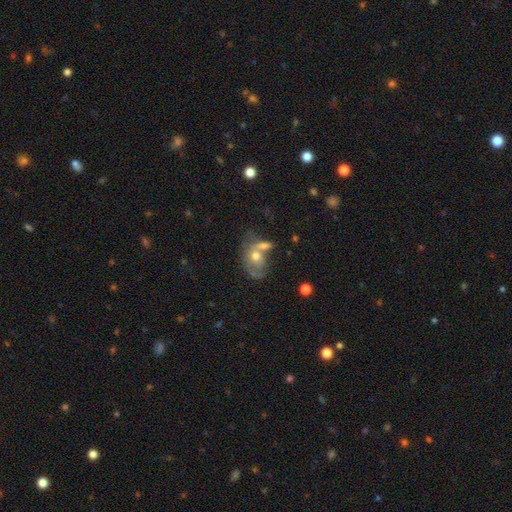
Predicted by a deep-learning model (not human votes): Q: Smooth or featured?
A: featured or disk (52%); runner-up: smooth (40%)
Q: Edge-on disk?
A: no (93%); runner-up: yes (7%)
Q: Merging?
A: merger (45%); runner-up: none (25%)